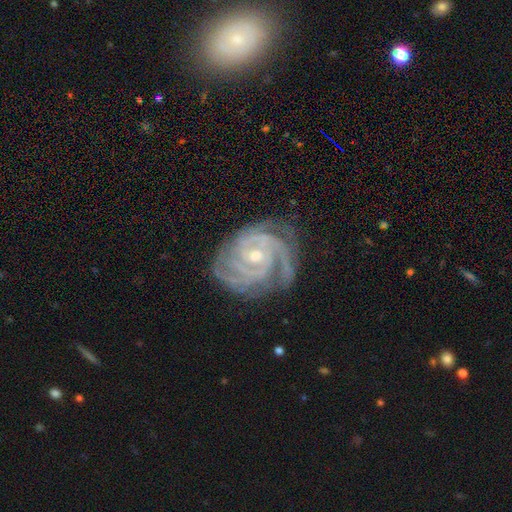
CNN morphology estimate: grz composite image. It shows a featured or disk galaxy (92%) with no bar (56%), 3 (38%) tight (79%) spiral arms (99%) and a small central bulge (52%). Merging: none (74%).